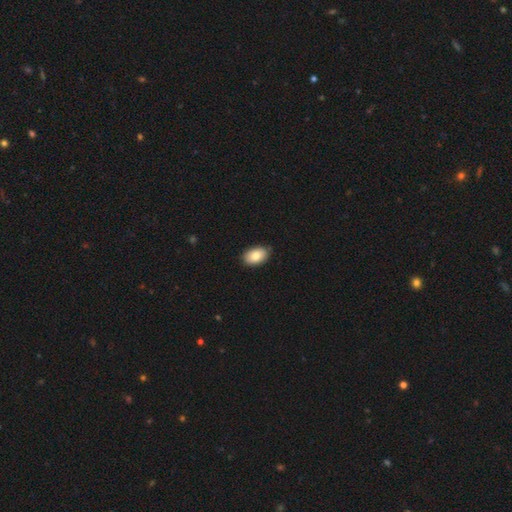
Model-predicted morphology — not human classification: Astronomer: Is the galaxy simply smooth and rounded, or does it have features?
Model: smooth — 84%.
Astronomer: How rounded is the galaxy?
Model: in between — 91%.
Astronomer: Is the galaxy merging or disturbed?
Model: none — 87%.